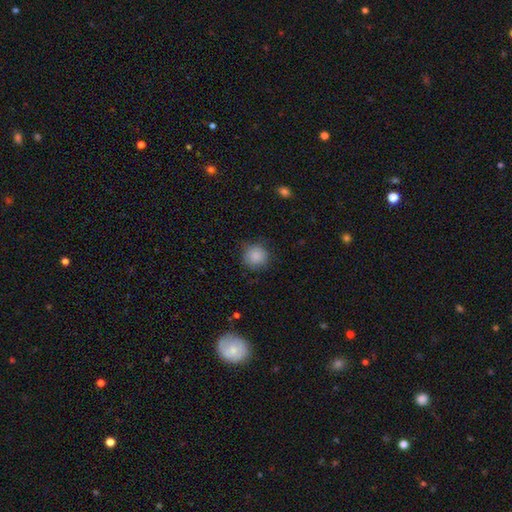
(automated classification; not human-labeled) Overall: smooth (87%). How rounded: round (92%). Merging: none (83%).